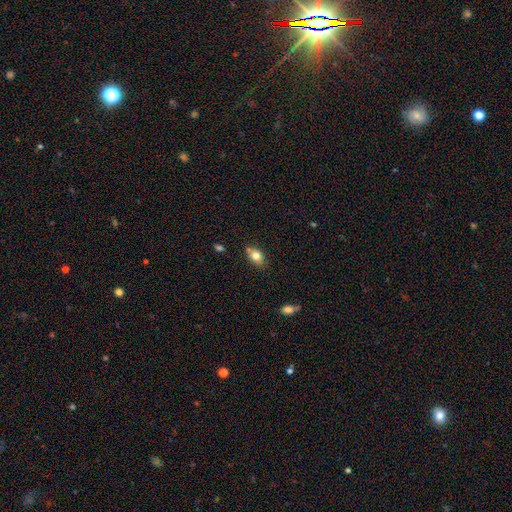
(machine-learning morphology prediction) A smooth galaxy with no disk features (77%) that is in between round and cigar-shaped (79%).

Vote fractions:
- Smooth or featured? smooth: 77% / featured or disk: 14% / star or artifact: 9%
- How rounded? in between: 79% / round: 18% / cigar-shaped: 3%
- Merging? none: 69% / minor disturbance: 18% / merger: 9% / major disturbance: 4%